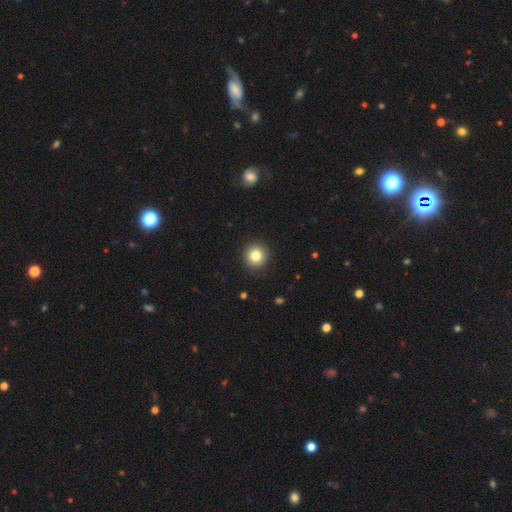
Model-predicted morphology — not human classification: smooth_or_featured: smooth (p=0.82) [alt: star or artifact p=0.10]
how_rounded: round (p=0.94) [alt: in between p=0.05]
merging: none (p=0.92) [alt: minor disturbance p=0.05]